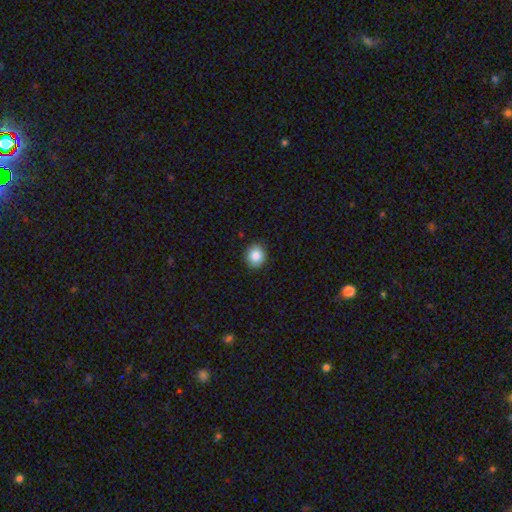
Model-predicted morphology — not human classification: smooth_or_featured: smooth (p=0.86) [alt: star or artifact p=0.09]
how_rounded: round (p=0.85) [alt: in between p=0.14]
merging: none (p=0.90) [alt: minor disturbance p=0.07]